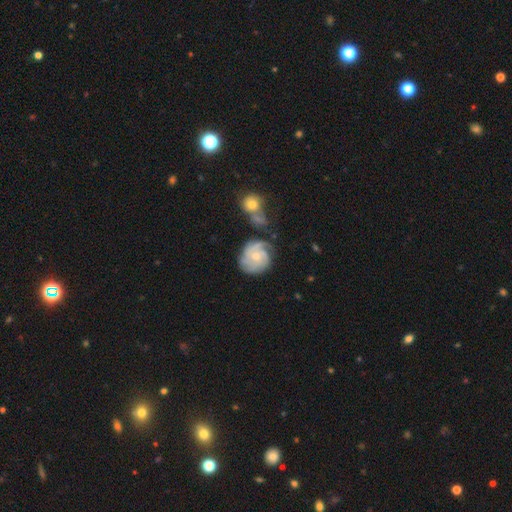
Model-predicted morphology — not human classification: Smooth or featured? featured or disk (77%)
Edge-on disk? no (98%)
Bar? no (75%)
Spiral arms? yes (93%)
Spiral winding? tight (62%)
Spiral arm count? 3 (33%)
Bulge size? moderate (52%)
Merging? none (53%)